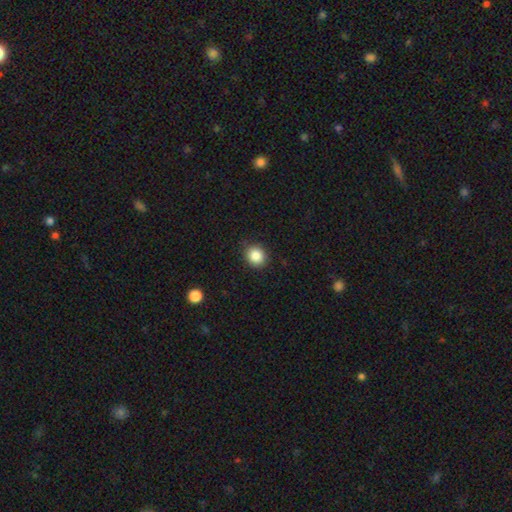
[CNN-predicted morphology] This is clearly a smooth galaxy (86%). How rounded: clearly round (82%). Merging: clearly none (89%).